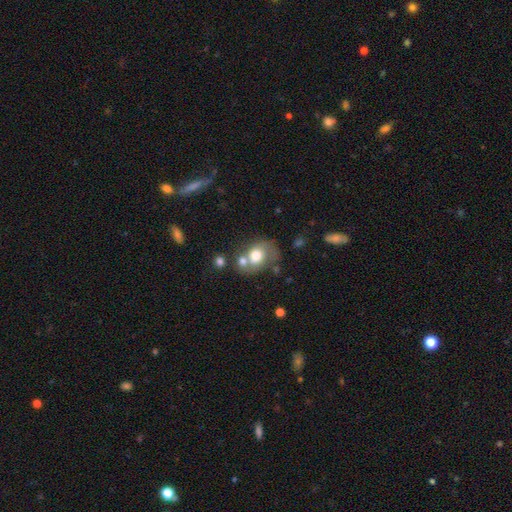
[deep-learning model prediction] smooth-or-featured: smooth: 61% | featured or disk: 29% | star or artifact: 9%
  how-rounded: round: 51% | in between: 48% | cigar-shaped: 1%
  merging: none: 35% (tied) | merger: 35% (tied) | minor disturbance: 18% | major disturbance: 11%